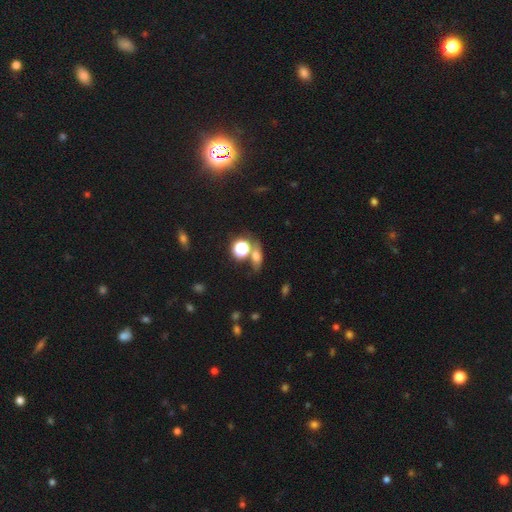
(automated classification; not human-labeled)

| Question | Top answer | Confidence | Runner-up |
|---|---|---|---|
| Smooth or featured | smooth | 59% | star or artifact (26%) |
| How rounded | in between | 56% | round (30%) |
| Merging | none | 61% | merger (18%) |